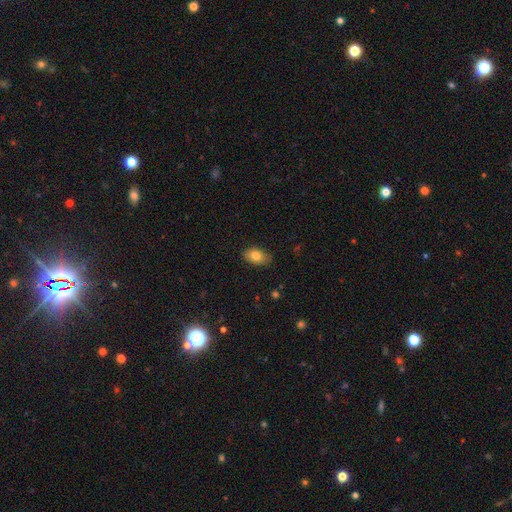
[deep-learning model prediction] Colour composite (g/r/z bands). It shows a smooth galaxy with no disk features (81%) that is in between round and cigar-shaped (88%). Merging: none (83%).